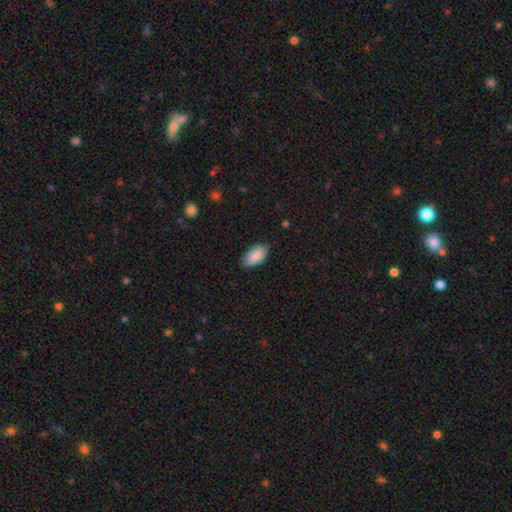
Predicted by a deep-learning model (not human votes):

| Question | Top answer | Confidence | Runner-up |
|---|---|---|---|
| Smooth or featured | smooth | 89% | star or artifact (6%) |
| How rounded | in between | 94% | cigar-shaped (3%) |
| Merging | none | 79% | minor disturbance (17%) |